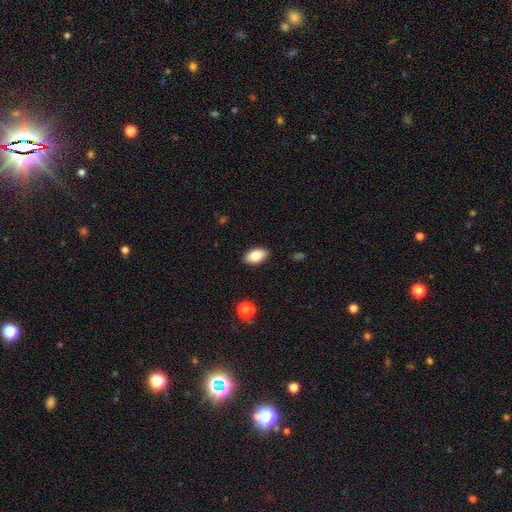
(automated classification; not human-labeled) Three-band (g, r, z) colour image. It shows a smooth galaxy with no disk features (82%) that is in between round and cigar-shaped (92%). Merging: none (88%).